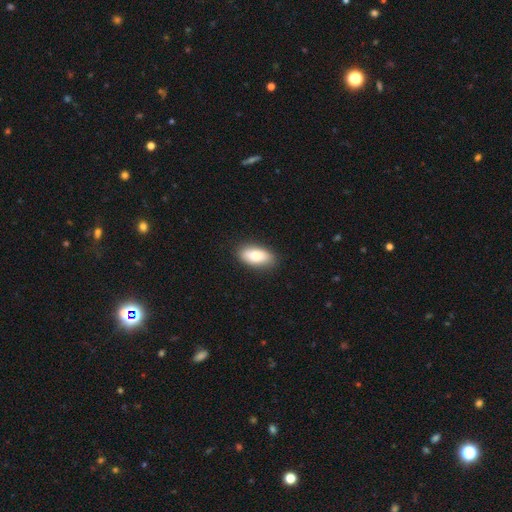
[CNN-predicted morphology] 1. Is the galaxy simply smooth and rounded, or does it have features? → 86% smooth, 8% featured or disk, 6% star or artifact.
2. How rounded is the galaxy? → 90% in between, 7% cigar-shaped, 3% round.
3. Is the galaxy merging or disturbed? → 85% none, 12% minor disturbance, 2% major disturbance, 1% merger.